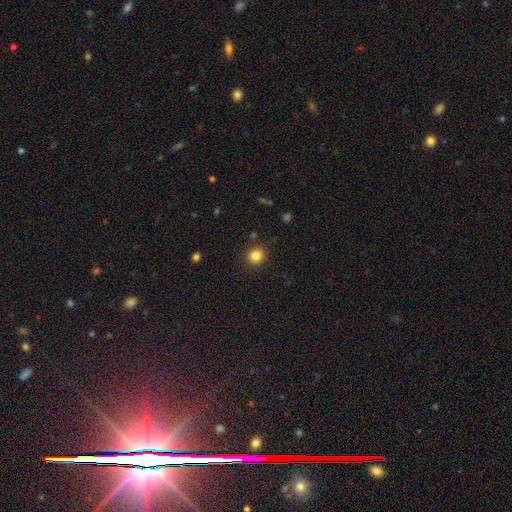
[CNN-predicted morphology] Smooth or featured? smooth (84%)
How rounded? round (89%)
Merging? none (90%)